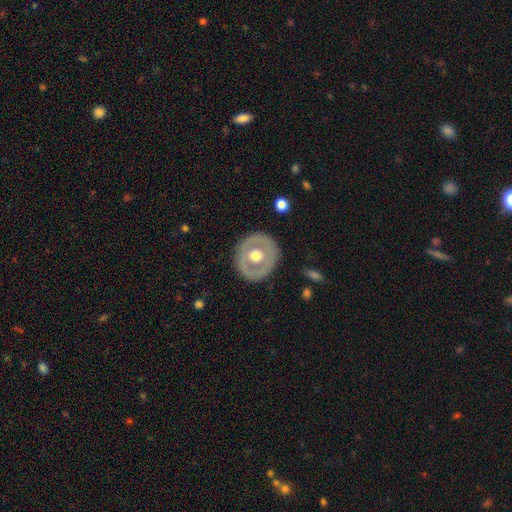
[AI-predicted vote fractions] Overall: featured or disk (57%; smooth 38%). Edge-on disk: no (94%). Bar: no (86%). Spiral arms: no (89%). Bulge size: moderate (73%). Merging: none (84%).